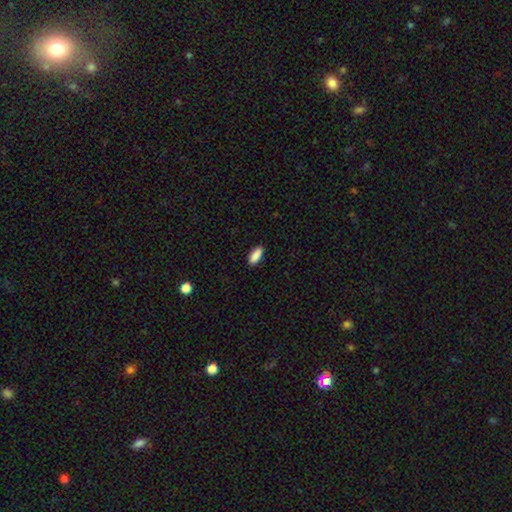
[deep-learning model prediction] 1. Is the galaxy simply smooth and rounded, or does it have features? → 90% smooth, 7% star or artifact, 4% featured or disk.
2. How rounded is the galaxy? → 78% in between, 19% cigar-shaped, 2% round.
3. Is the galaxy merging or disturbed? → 89% none, 9% minor disturbance, 2% major disturbance, 1% merger.